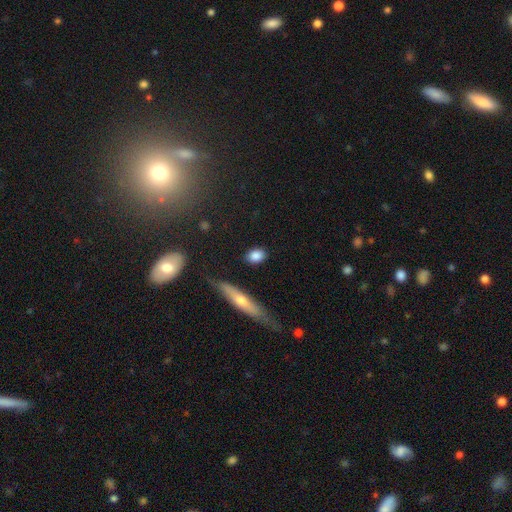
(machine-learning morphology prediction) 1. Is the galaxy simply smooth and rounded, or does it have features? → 85% smooth, 8% featured or disk, 7% star or artifact.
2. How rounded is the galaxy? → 69% in between, 25% round, 6% cigar-shaped.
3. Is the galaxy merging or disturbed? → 84% none, 11% minor disturbance, 3% major disturbance, 2% merger.